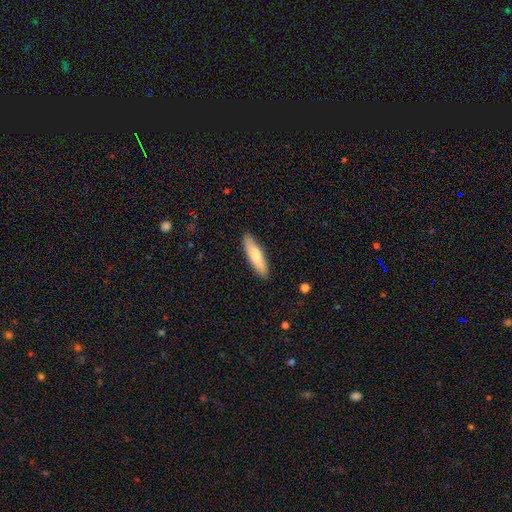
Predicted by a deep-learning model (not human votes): smooth 77%, featured or disk 18%, star or artifact 5%. Down the decision tree: how rounded — cigar-shaped (73%); merging — none (88%).